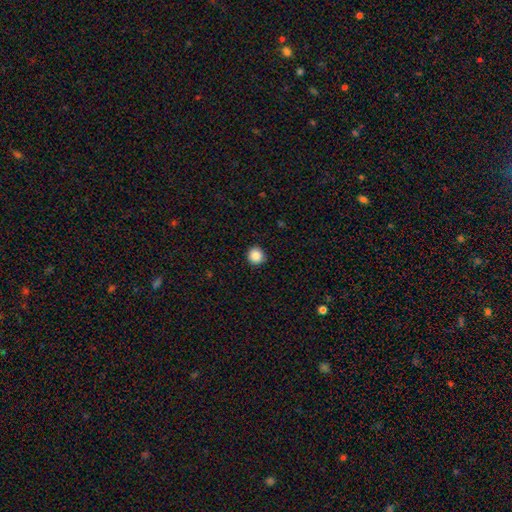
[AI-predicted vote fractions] A smooth galaxy with no disk features (87%) that is round (95%).

Vote fractions:
- Smooth or featured? smooth: 87% / star or artifact: 10% / featured or disk: 3%
- How rounded? round: 95% / in between: 4% / cigar-shaped: 1%
- Merging? none: 90% / minor disturbance: 7% / major disturbance: 2% / merger: 1%